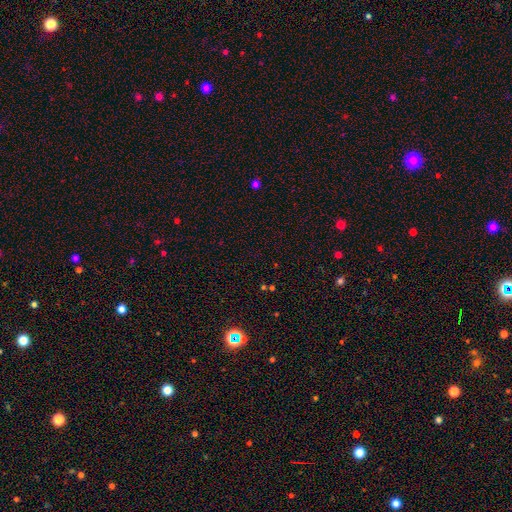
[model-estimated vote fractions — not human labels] This is likely a star or artifact rather than a galaxy (67%).